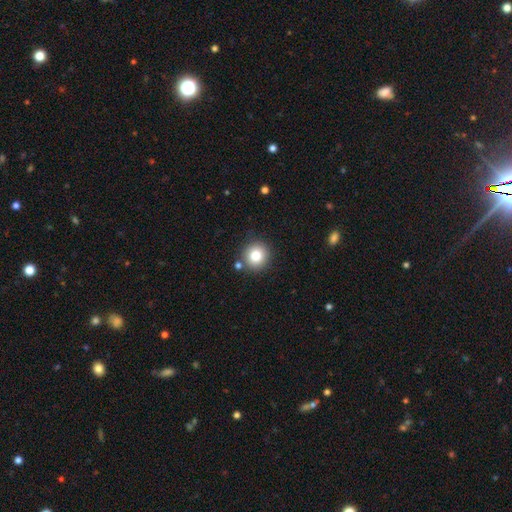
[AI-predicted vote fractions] smooth-or-featured: smooth: 81% | star or artifact: 11% | featured or disk: 8%
  how-rounded: round: 91% | in between: 8% | cigar-shaped: 1%
  merging: none: 84% | minor disturbance: 8% | merger: 5% | major disturbance: 3%